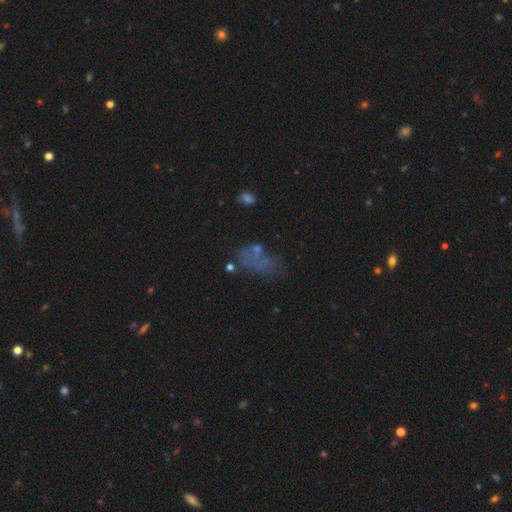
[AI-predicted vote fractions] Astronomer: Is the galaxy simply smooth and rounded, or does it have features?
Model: smooth — 44% (runner-up: featured or disk, 34%).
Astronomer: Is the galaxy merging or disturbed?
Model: none — 39% (runner-up: major disturbance, 26%).